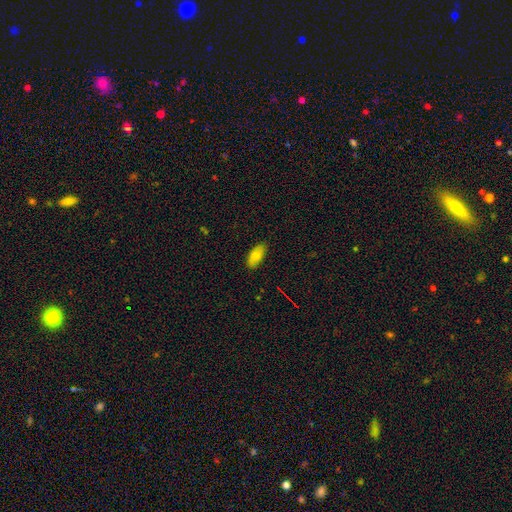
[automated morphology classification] Smooth or featured? smooth (76%)
How rounded? in between (89%)
Merging? none (85%)